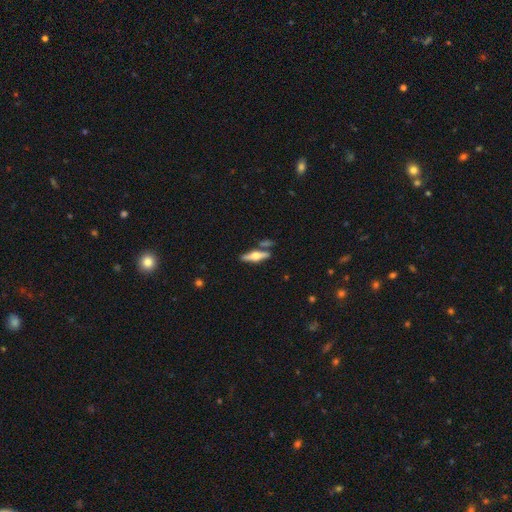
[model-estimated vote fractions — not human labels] A featured or disk galaxy (62%) viewed edge-on (95%) with a rounded central bulge (92%).

Vote fractions:
- Smooth or featured? featured or disk: 62% / smooth: 32% / star or artifact: 6%
- Edge-on disk? yes: 95% / no: 5%
- Edge-on bulge? rounded: 92% / boxy: 5% / none: 2%
- Merging? none: 76% / minor disturbance: 11% / merger: 10% / major disturbance: 3%